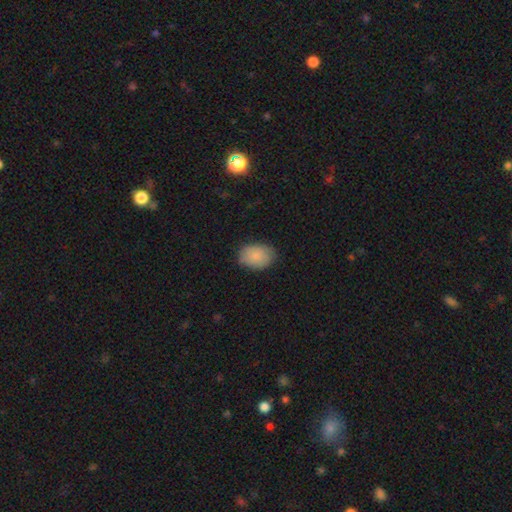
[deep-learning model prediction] Q: Smooth or featured?
A: smooth (85%); runner-up: featured or disk (8%)
Q: How rounded?
A: in between (77%); runner-up: round (22%)
Q: Merging?
A: none (77%); runner-up: minor disturbance (18%)